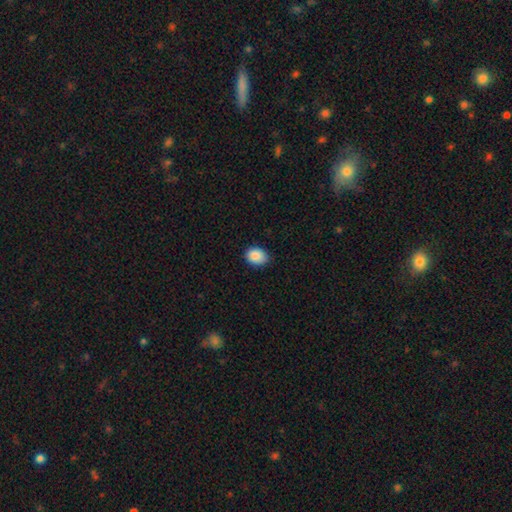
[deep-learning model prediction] This appears to be a smooth galaxy with no disk features (89%) that is in between round and cigar-shaped (66%). Merging: none (80%).